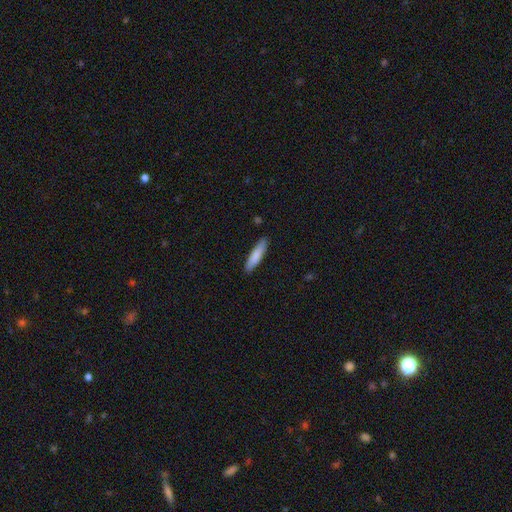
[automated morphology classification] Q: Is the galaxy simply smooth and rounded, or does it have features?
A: smooth — 83%.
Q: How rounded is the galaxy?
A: cigar-shaped — 82%.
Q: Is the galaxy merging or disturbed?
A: none — 87%.